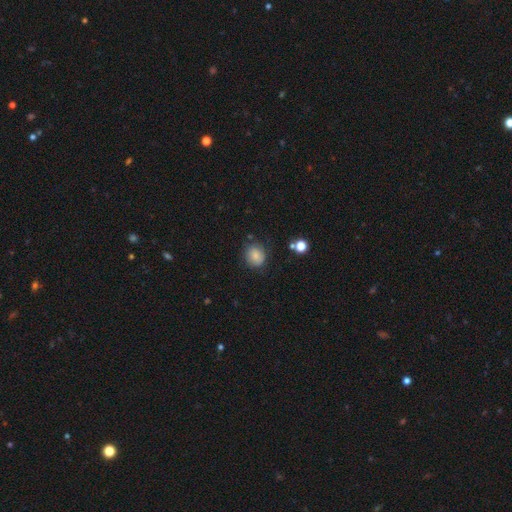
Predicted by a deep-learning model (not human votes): Smooth or featured: smooth — 80% (star or artifact — 11%)
How rounded: round — 74% (in between — 25%)
Merging: none — 77% (minor disturbance — 16%)